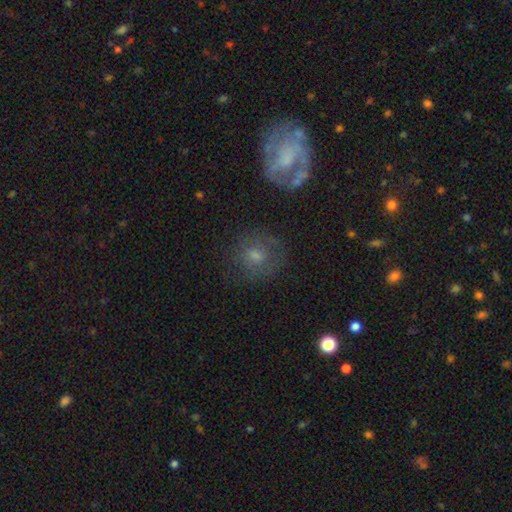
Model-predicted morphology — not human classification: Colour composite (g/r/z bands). It shows a smooth galaxy with no disk features (51%) that is round (81%). Merging: none (68%).